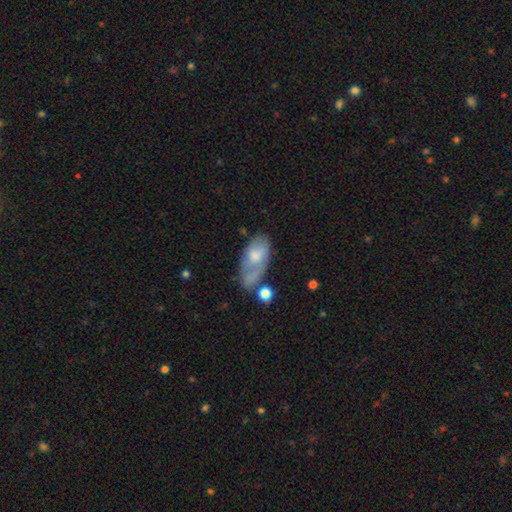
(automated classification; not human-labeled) Smooth or featured?
  - smooth: 61% *
  - featured or disk: 32%
  - star or artifact: 7%
How rounded?
  - in between: 92% *
  - cigar-shaped: 4%
  - round: 4%
Merging?
  - none: 41% *
  - minor disturbance: 29%
  - major disturbance: 16%
  - merger: 13%